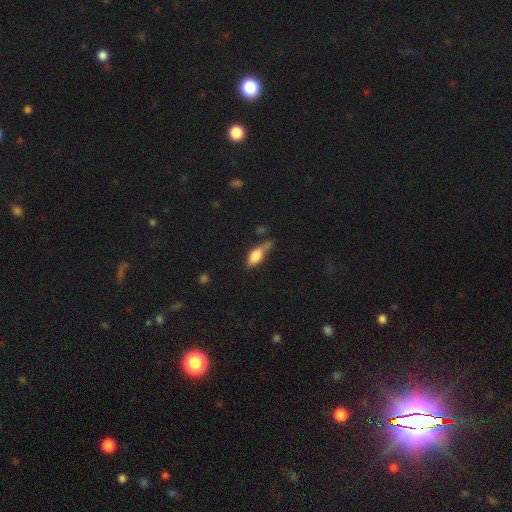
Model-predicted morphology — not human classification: Q: Smooth or featured?
A: smooth (77%); runner-up: featured or disk (15%)
Q: How rounded?
A: in between (81%); runner-up: cigar-shaped (15%)
Q: Merging?
A: none (35%); runner-up: minor disturbance (33%)